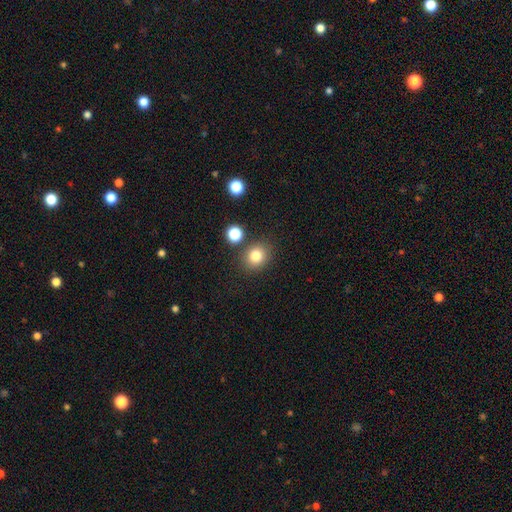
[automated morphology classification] smooth 81%, star or artifact 12%, featured or disk 7%. Down the decision tree: how rounded — round (73%); merging — none (81%).